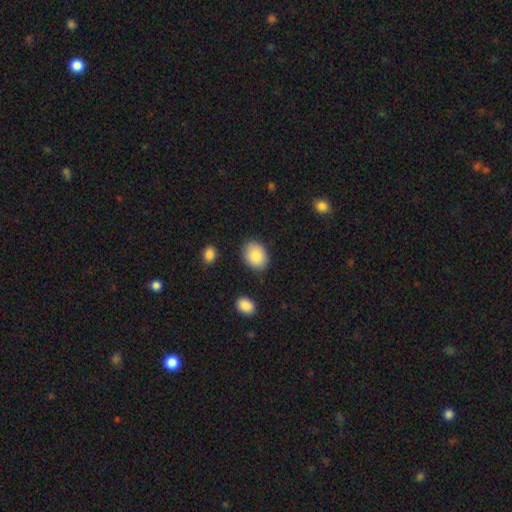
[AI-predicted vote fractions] smooth-or-featured: smooth: 87% | star or artifact: 7% | featured or disk: 6%
  how-rounded: in between: 71% | round: 28% | cigar-shaped: 1%
  merging: none: 82% | minor disturbance: 12% | major disturbance: 3% | merger: 2%